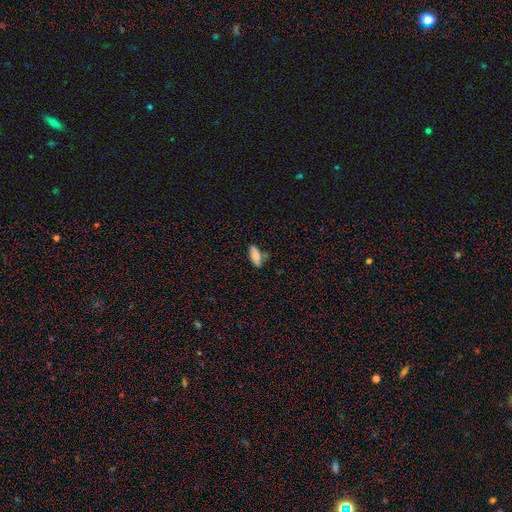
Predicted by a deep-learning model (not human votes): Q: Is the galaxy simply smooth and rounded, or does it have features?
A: smooth — 80%.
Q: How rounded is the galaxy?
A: in between — 77%.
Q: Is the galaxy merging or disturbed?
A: none — 72%.